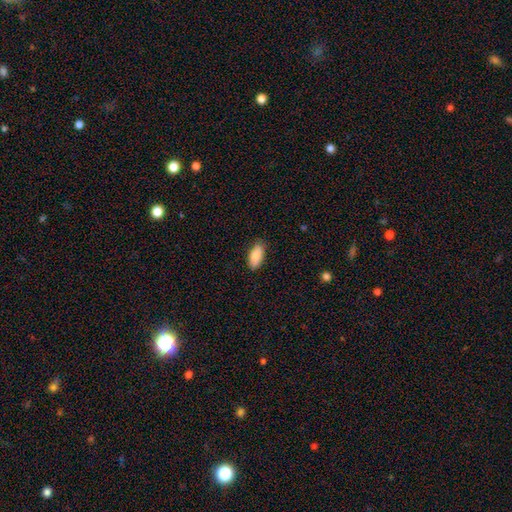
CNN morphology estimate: smooth 87%, featured or disk 7%, star or artifact 6%. Down the decision tree: how rounded — in between (86%); merging — none (85%).